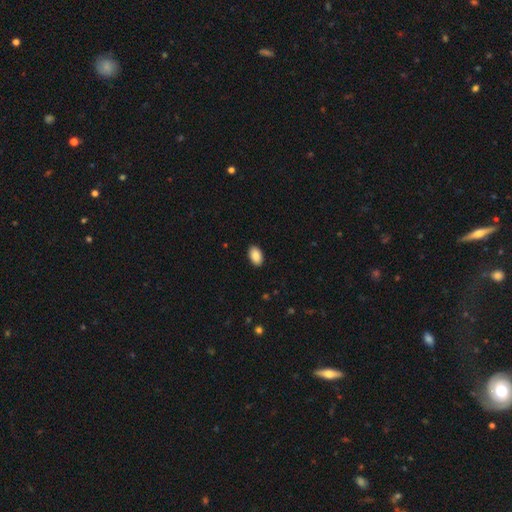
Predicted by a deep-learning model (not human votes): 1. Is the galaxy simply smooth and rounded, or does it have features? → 88% smooth, 7% star or artifact, 5% featured or disk.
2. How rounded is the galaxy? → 93% in between, 6% round, 1% cigar-shaped.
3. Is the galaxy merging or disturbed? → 90% none, 7% minor disturbance, 2% major disturbance, 1% merger.